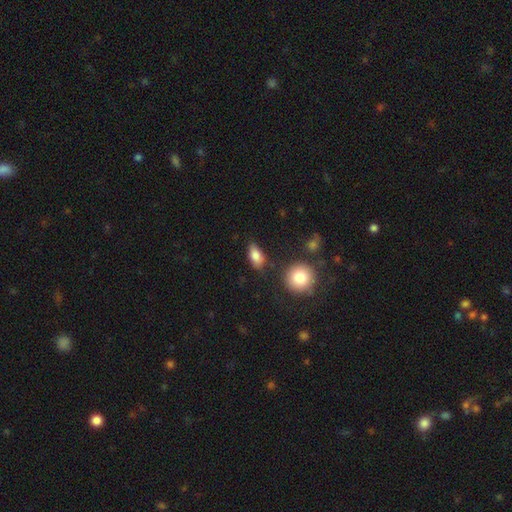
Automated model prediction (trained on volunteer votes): The model was most divided on "merging": none: 74%, minor disturbance: 17%, major disturbance: 4%, merger: 4%. More confident: how rounded — in between (86%); smooth or featured — smooth (84%).